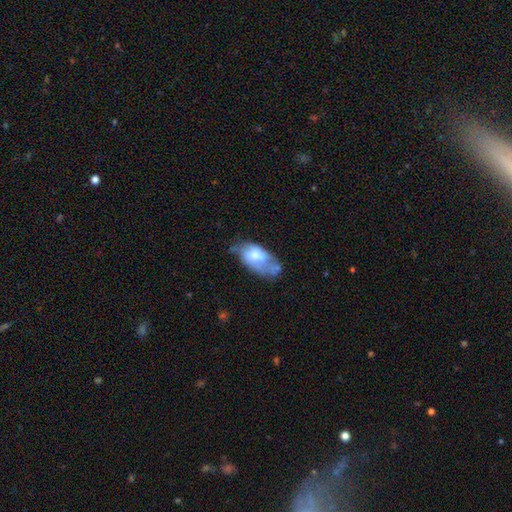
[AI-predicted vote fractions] A smooth galaxy with no disk features (54%) that is in between round and cigar-shaped (93%).

Vote fractions:
- Smooth or featured? smooth: 54% / featured or disk: 38% / star or artifact: 8%
- How rounded? in between: 93% / round: 4% / cigar-shaped: 3%
- Merging? minor disturbance: 30% / none: 28% / major disturbance: 24% / merger: 18%